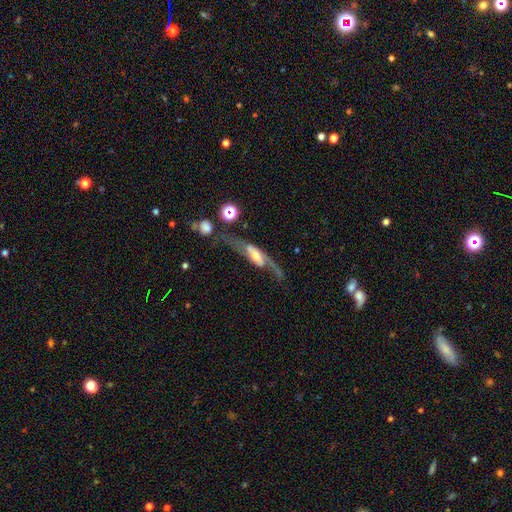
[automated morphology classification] Overall: featured or disk (77%). Edge-on disk: no (65%; yes 35%). Bar: no (39%; weak 33%). Spiral arms: yes (78%). Bulge size: moderate (54%; small 27%). Merging: none (43%; major disturbance 28%).